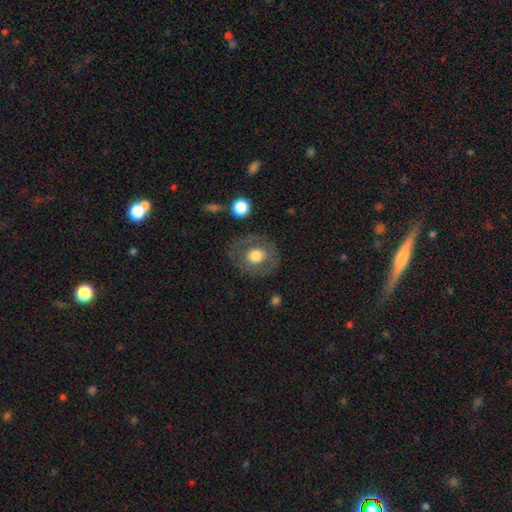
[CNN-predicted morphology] type=smooth (59%); roundness=round (74%); merging=none (78%).